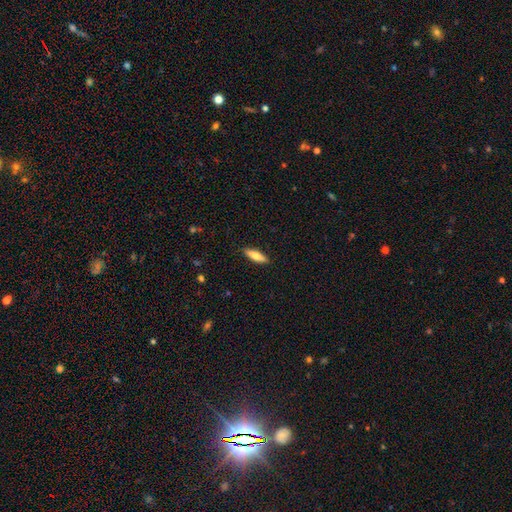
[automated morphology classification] A smooth galaxy with no disk features (71%) that is cigar-shaped (57%).

Vote fractions:
- Smooth or featured? smooth: 71% / featured or disk: 23% / star or artifact: 6%
- How rounded? cigar-shaped: 57% / in between: 41% / round: 2%
- Merging? none: 90% / minor disturbance: 8% / major disturbance: 2% / merger: 1%